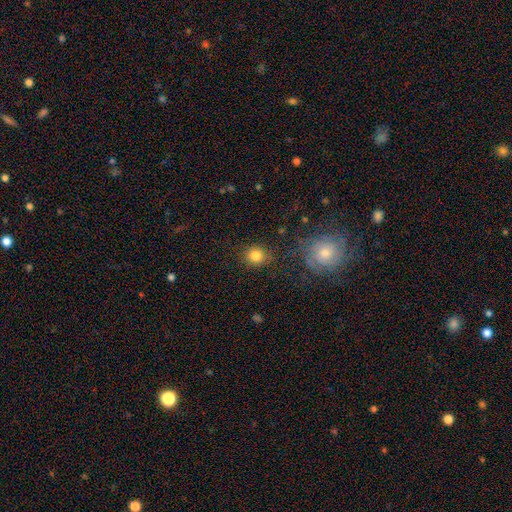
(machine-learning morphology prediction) Smooth or featured? smooth (83%)
How rounded? round (87%)
Merging? none (83%)